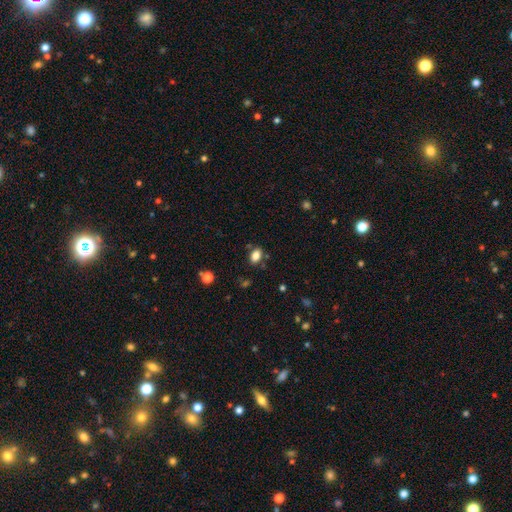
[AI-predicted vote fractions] Q: Smooth or featured?
A: smooth (83%); runner-up: star or artifact (11%)
Q: How rounded?
A: in between (84%); runner-up: round (14%)
Q: Merging?
A: none (80%); runner-up: minor disturbance (12%)